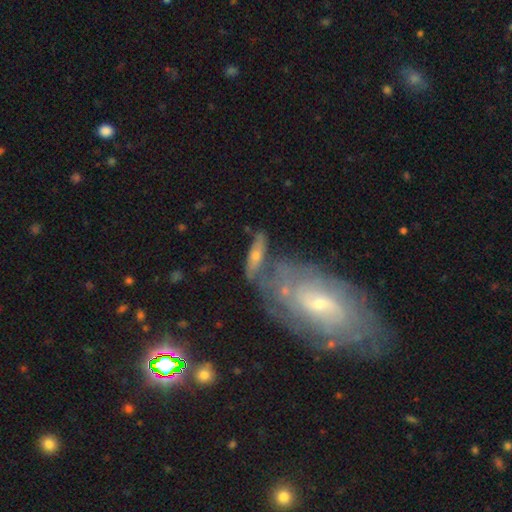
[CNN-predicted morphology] smooth_or_featured: featured or disk (p=0.52) [alt: smooth p=0.41]
disk_edge_on: no (p=0.58) [alt: yes p=0.42]
merging: none (p=0.48) [alt: merger p=0.25]